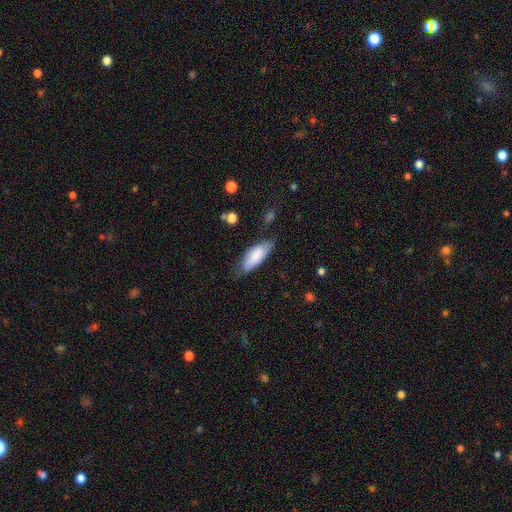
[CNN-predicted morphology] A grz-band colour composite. It shows a smooth galaxy with no disk features (77%) that is in between round and cigar-shaped (71%). Merging: none (62%).